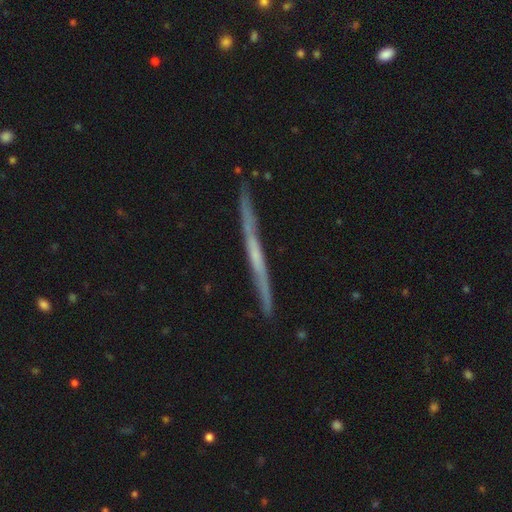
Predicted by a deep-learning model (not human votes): This is likely a featured or disk galaxy (66%). It is clearly viewed edge-on (96%). Edge-on bulge: likely none (80%). Merging: clearly none (85%).